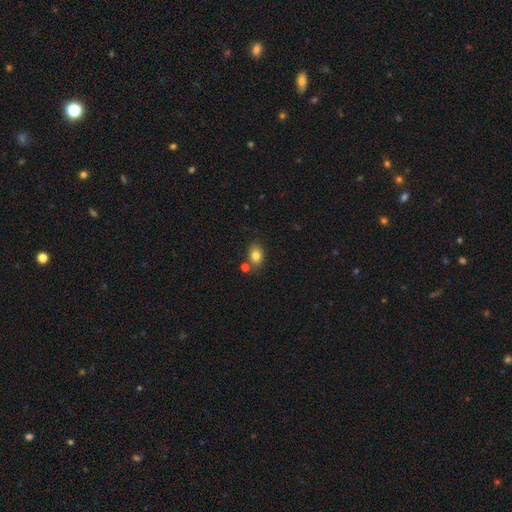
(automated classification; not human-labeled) Smooth or featured?
  - smooth: 81% *
  - star or artifact: 10%
  - featured or disk: 9%
How rounded?
  - in between: 69% *
  - round: 29%
  - cigar-shaped: 1%
Merging?
  - none: 70% *
  - minor disturbance: 13%
  - merger: 13%
  - major disturbance: 3%